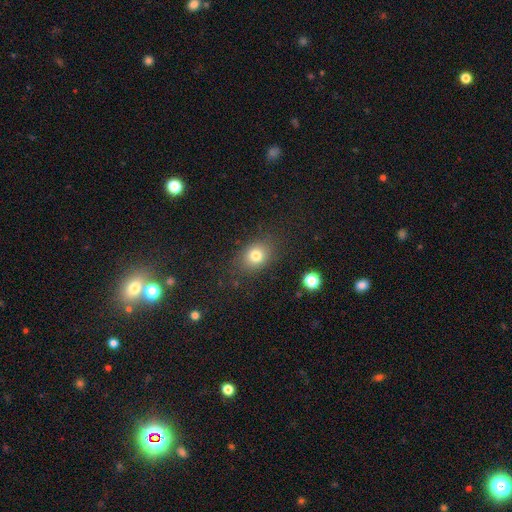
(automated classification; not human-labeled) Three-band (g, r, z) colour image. It shows a smooth galaxy with no disk features (79%) that is in between round and cigar-shaped (58%). Merging: none (82%).